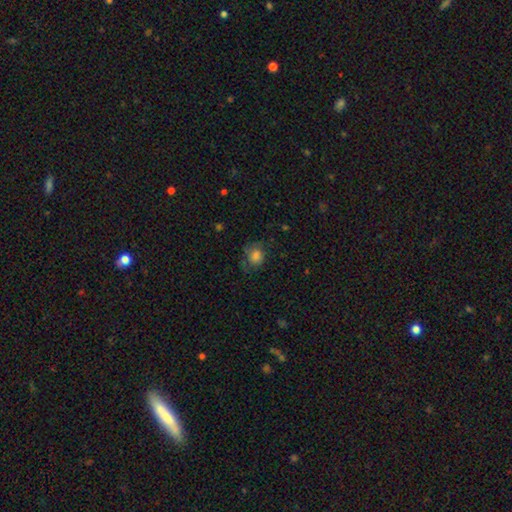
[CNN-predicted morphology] Smooth or featured? Predicted: smooth (p=0.75). How rounded? Predicted: round (p=0.62). Merging? Predicted: none (p=0.54).